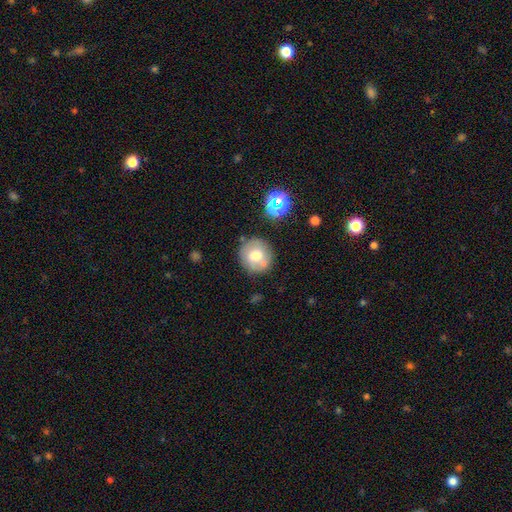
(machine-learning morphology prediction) This is likely a smooth galaxy (65%). How rounded: clearly round (89%). Merging: likely none (73%).